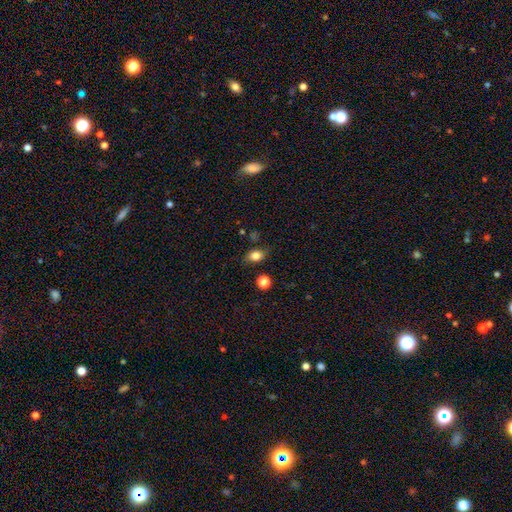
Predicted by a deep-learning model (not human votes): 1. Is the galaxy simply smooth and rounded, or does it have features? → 81% smooth, 11% star or artifact, 8% featured or disk.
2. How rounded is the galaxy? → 68% in between, 30% round, 2% cigar-shaped.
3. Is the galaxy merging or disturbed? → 76% none, 17% minor disturbance, 4% major disturbance, 3% merger.